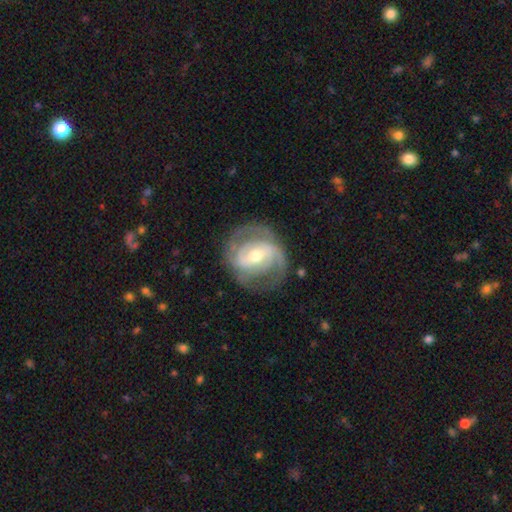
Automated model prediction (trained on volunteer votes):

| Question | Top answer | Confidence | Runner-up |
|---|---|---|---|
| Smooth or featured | featured or disk | 86% | smooth (9%) |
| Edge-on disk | no | 97% | yes (3%) |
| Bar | weak | 44% | strong (32%) |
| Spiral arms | yes | 94% | no (6%) |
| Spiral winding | medium | 44% | tight (42%) |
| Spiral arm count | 2 | 66% | can't tell (13%) |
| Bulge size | moderate | 63% | small (31%) |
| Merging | none | 73% | minor disturbance (17%) |